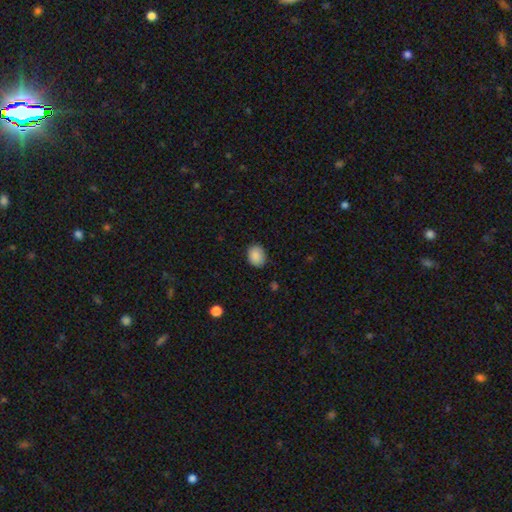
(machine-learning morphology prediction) The model was most divided on "how rounded": in between: 58%, round: 41%, cigar-shaped: 1%. More confident: smooth or featured — smooth (88%); merging — none (82%).